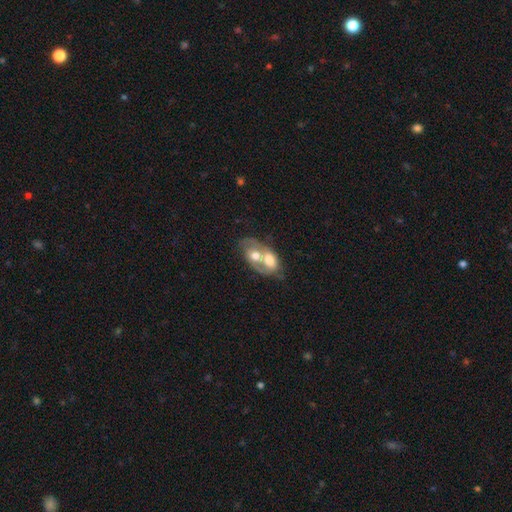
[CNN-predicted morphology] The model was most divided on "smooth or featured": smooth: 48%, featured or disk: 45%, star or artifact: 7%. More confident: merging — merger (77%).